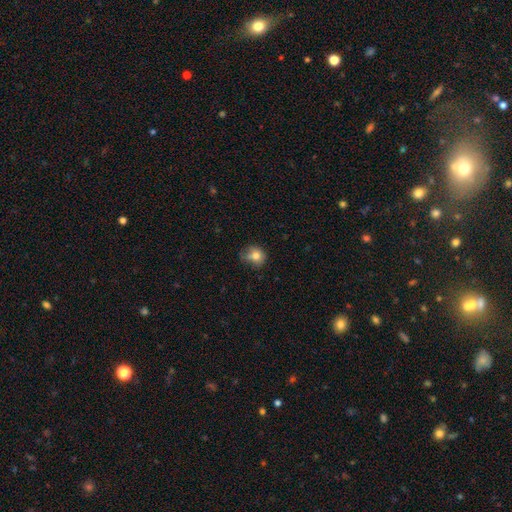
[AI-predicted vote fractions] A smooth galaxy with no disk features (77%) that is round (69%). Merging: none (52%).